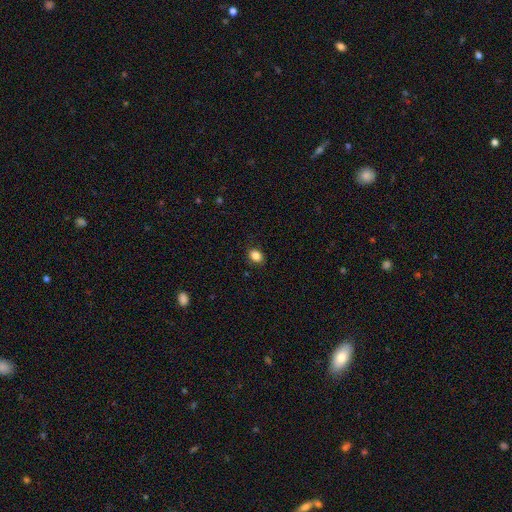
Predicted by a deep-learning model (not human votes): smooth-or-featured: smooth: 86% | star or artifact: 10% | featured or disk: 4%
  how-rounded: in between: 68% | round: 31% | cigar-shaped: 1%
  merging: none: 86% | minor disturbance: 10% | major disturbance: 3% | merger: 1%